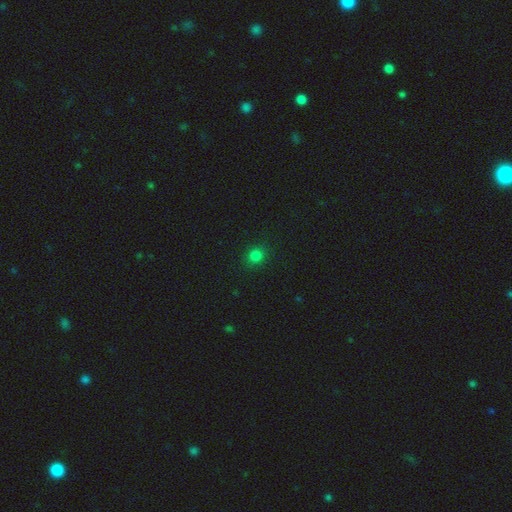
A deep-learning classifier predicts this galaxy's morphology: smooth-or-featured: smooth: 80% | star or artifact: 17% | featured or disk: 4%
  how-rounded: round: 83% | in between: 16% | cigar-shaped: 1%
  merging: none: 88% | minor disturbance: 8% | major disturbance: 2% | merger: 1%